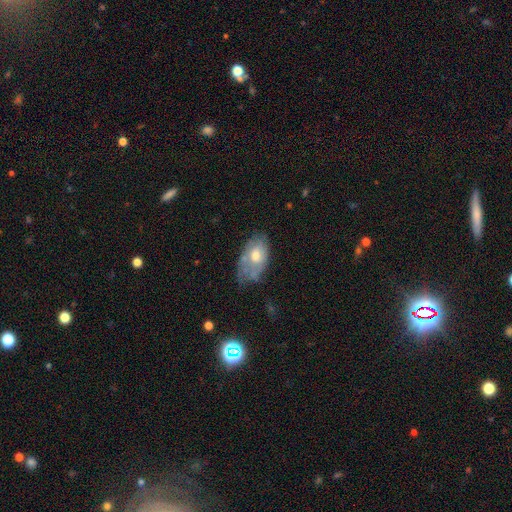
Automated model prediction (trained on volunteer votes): The model was most divided on "merging": none: 42%, minor disturbance: 36%, major disturbance: 18%, merger: 4%. Remaining: smooth or featured — smooth (50%).